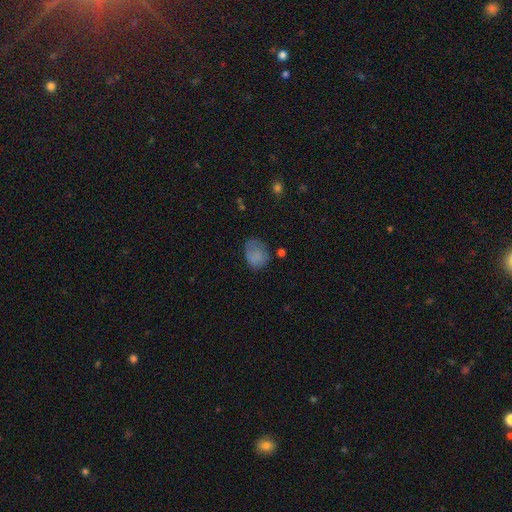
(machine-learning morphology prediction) The model was most divided on "how rounded": in between: 54%, round: 45%, cigar-shaped: 1%. More confident: smooth or featured — smooth (76%); merging — none (55%).